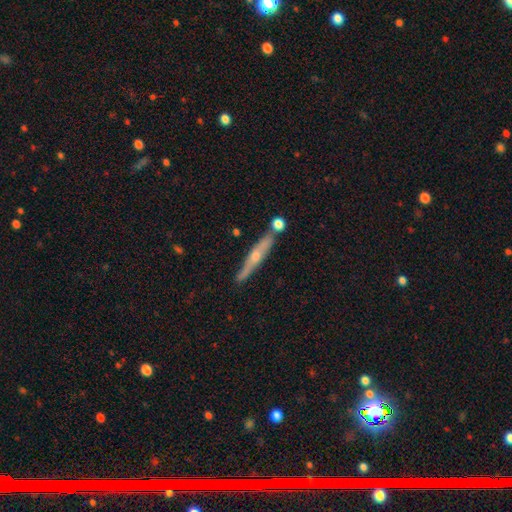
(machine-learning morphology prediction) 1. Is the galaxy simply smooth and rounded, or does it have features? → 62% featured or disk, 32% smooth, 7% star or artifact.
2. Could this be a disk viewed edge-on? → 91% yes, 9% no.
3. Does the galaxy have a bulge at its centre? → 81% rounded, 16% none, 4% boxy.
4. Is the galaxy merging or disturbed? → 75% none, 13% minor disturbance, 9% merger, 3% major disturbance.